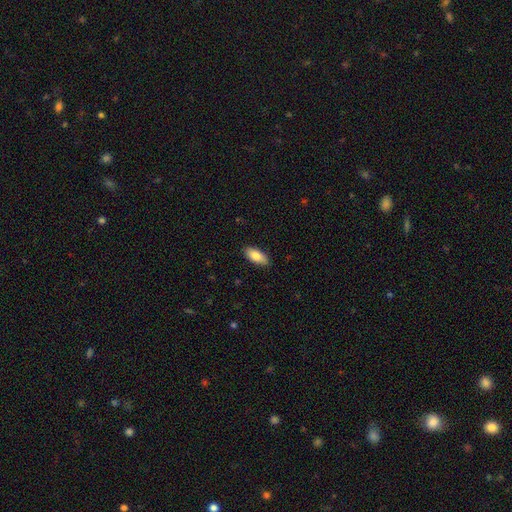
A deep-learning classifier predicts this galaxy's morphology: smooth 82%, featured or disk 12%, star or artifact 6%. Down the decision tree: how rounded — in between (87%); merging — none (87%).